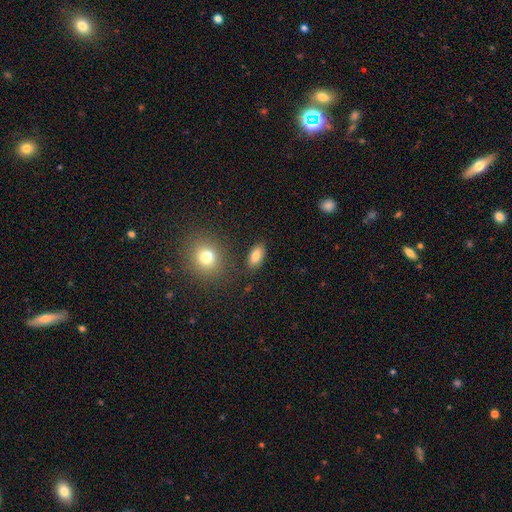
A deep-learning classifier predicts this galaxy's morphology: A smooth galaxy with no disk features (81%) that is in between round and cigar-shaped (89%).

Vote fractions:
- Smooth or featured? smooth: 81% / star or artifact: 10% / featured or disk: 9%
- How rounded? in between: 89% / round: 6% / cigar-shaped: 5%
- Merging? none: 82% / minor disturbance: 10% / merger: 4% / major disturbance: 3%